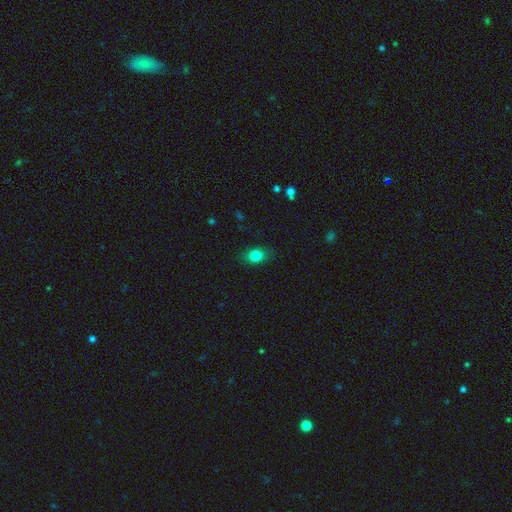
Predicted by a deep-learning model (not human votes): A smooth galaxy with no disk features (83%) that is in between round and cigar-shaped (67%). Merging: none (85%).